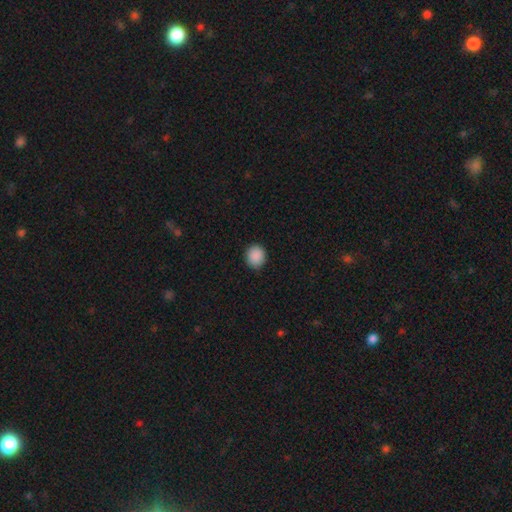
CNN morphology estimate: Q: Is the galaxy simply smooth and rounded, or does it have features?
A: smooth — 89%.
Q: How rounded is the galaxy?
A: round — 82%.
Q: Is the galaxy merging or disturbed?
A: none — 89%.